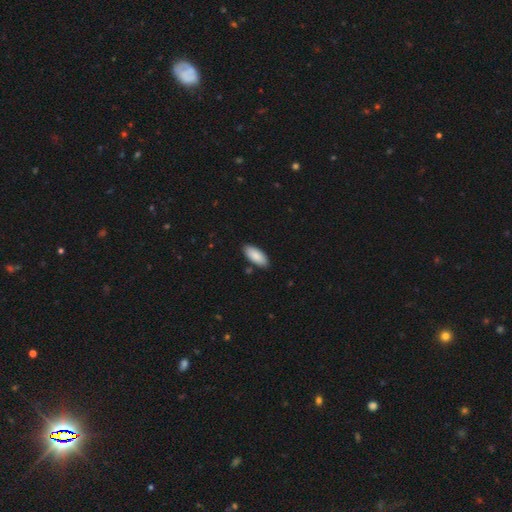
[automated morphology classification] smooth 88%, featured or disk 6%, star or artifact 5%. Down the decision tree: how rounded — in between (86%); merging — none (87%).